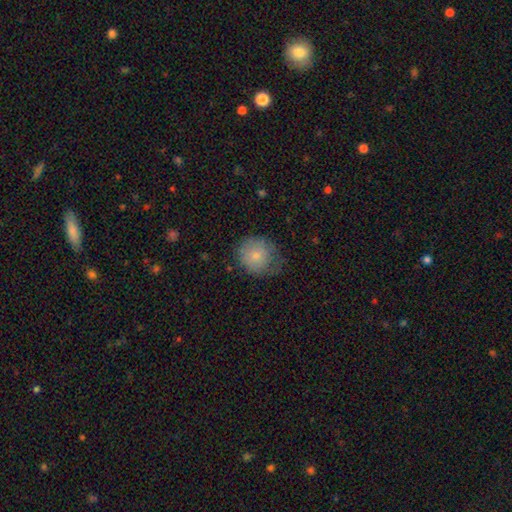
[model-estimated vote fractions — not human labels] Smooth or featured: smooth — 79% (featured or disk — 13%)
How rounded: round — 84% (in between — 15%)
Merging: none — 55% (minor disturbance — 30%)